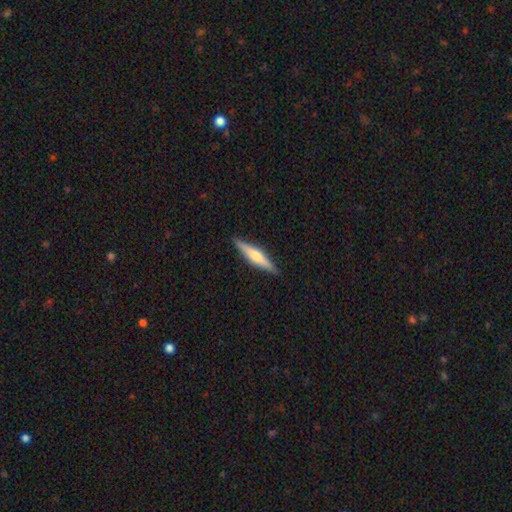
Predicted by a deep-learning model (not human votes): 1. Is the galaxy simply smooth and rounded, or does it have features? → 58% featured or disk, 37% smooth, 5% star or artifact.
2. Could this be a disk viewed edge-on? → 97% yes, 3% no.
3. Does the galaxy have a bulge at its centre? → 85% rounded, 8% boxy, 7% none.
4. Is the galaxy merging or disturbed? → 90% none, 7% minor disturbance, 1% major disturbance, 1% merger.